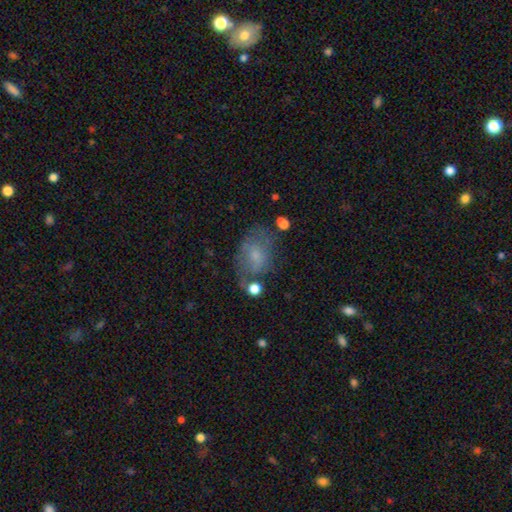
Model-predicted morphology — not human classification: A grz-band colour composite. It shows a smooth galaxy with no disk features (55%) that is in between round and cigar-shaped (76%). Merging: none (47%).